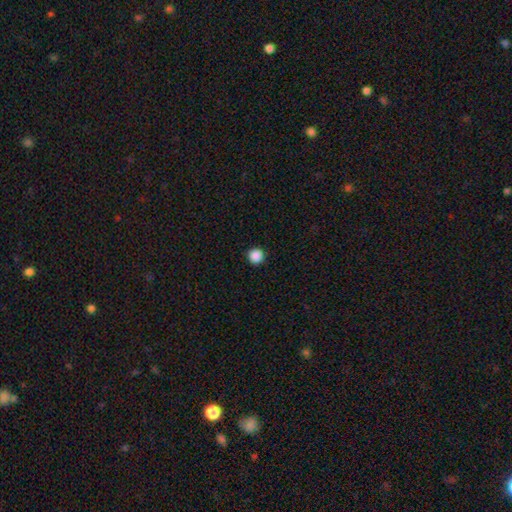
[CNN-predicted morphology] Overall: smooth (88%). How rounded: round (96%). Merging: none (93%).